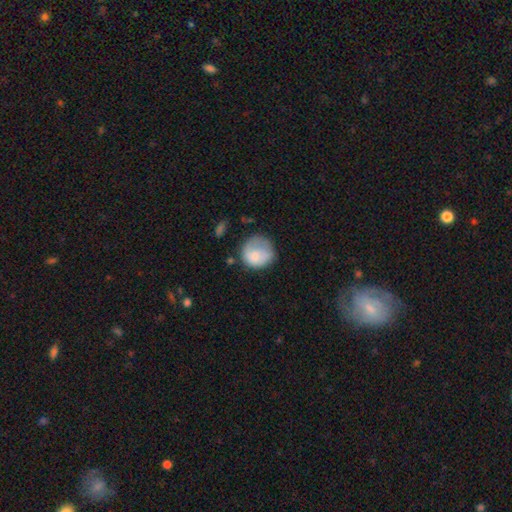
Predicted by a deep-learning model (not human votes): A smooth galaxy with no disk features (74%) that is round (82%). Merging: none (46%).